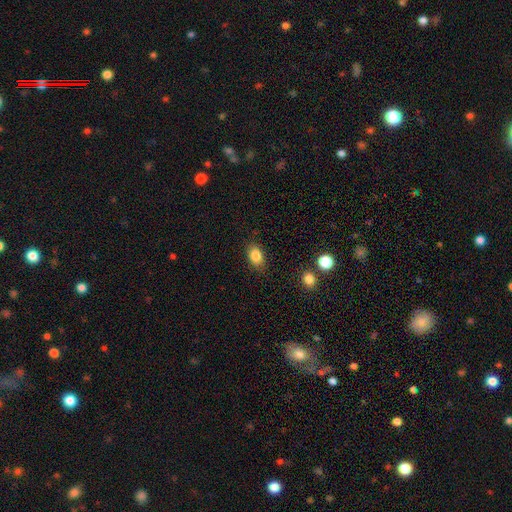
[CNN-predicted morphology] type=smooth (85%); roundness=in between (84%); merging=none (83%).